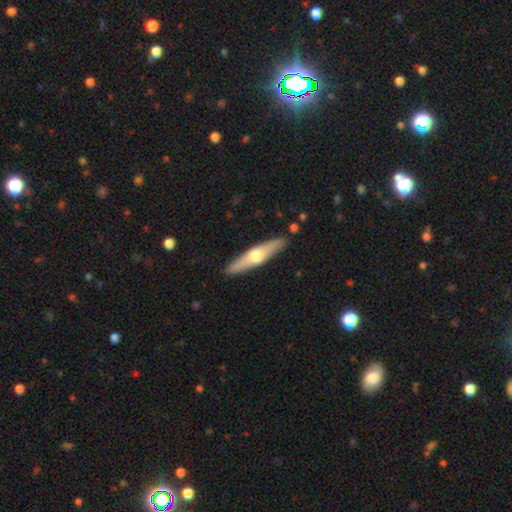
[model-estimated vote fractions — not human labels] The model was most divided on "smooth or featured": featured or disk: 58%, smooth: 37%, star or artifact: 5%. More confident: edge-on disk — yes (93%); edge-on bulge — rounded (93%); merging — none (90%).